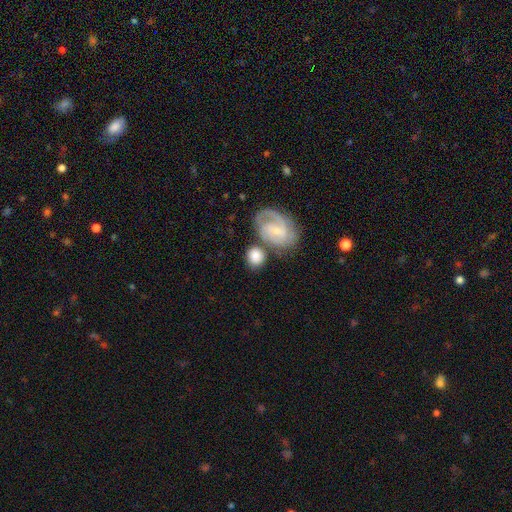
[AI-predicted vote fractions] The model was most divided on "smooth or featured": smooth: 61%, featured or disk: 33%, star or artifact: 6%. More confident: how rounded — round (72%); merging — none (60%).